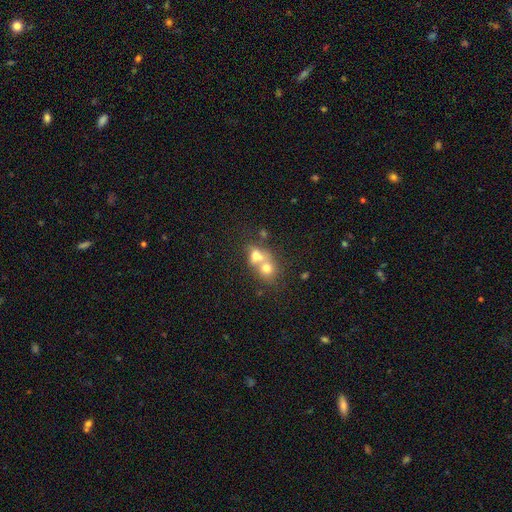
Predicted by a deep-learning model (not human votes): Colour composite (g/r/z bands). It shows a smooth galaxy with no disk features (67%) that is round (62%). Merging: merger (71%).